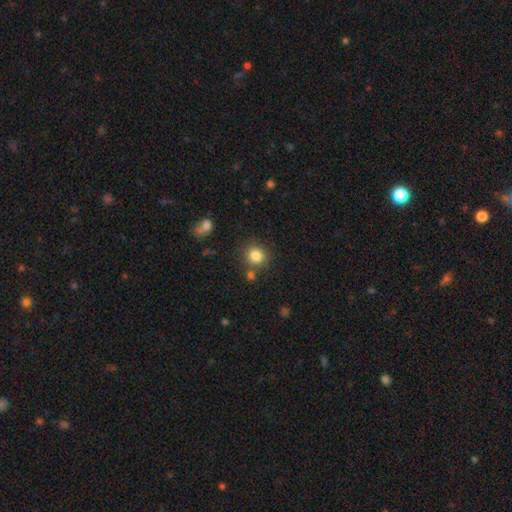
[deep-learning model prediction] smooth 83%, star or artifact 11%, featured or disk 6%. Down the decision tree: how rounded — round (88%); merging — none (77%).